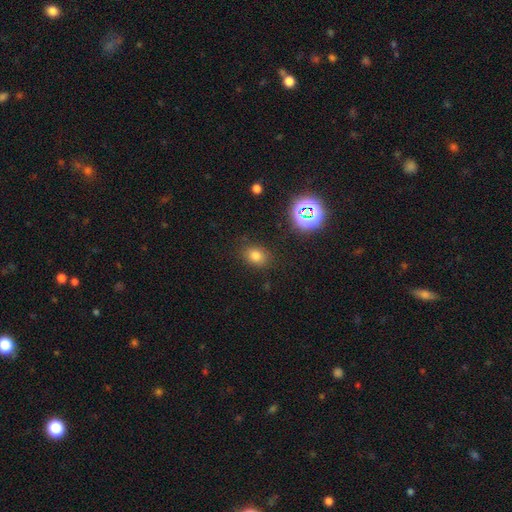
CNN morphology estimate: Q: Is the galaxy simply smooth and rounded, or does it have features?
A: smooth — 74%.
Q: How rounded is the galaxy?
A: in between — 64%.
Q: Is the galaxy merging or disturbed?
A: none — 83%.